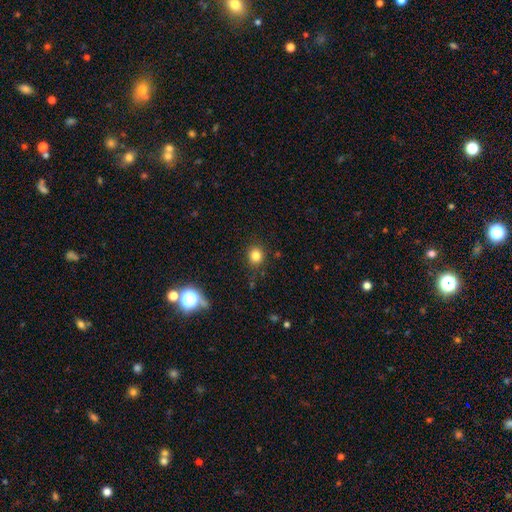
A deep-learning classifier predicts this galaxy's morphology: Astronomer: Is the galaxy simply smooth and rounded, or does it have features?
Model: smooth — 81%.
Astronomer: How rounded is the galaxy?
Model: round — 86%.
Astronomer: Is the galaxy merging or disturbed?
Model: none — 86%.